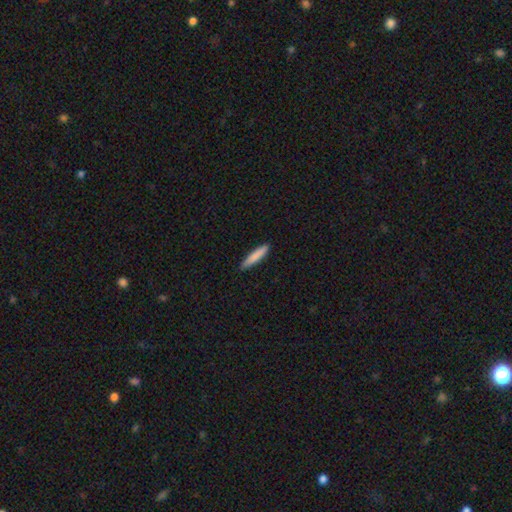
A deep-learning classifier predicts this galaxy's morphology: Smooth or featured? Predicted: smooth (p=0.84). How rounded? Predicted: cigar-shaped (p=0.90). Merging? Predicted: none (p=0.90).